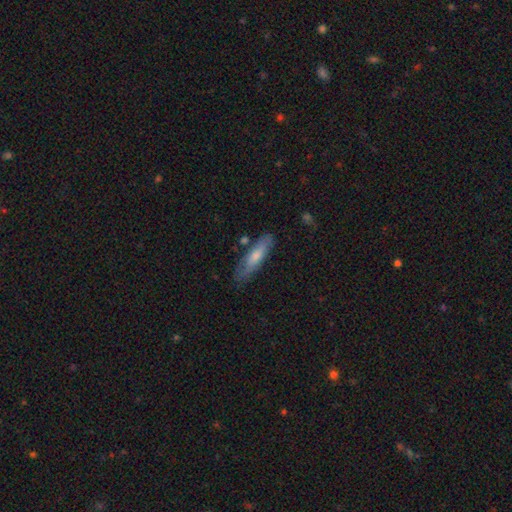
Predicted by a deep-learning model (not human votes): The model was most divided on "smooth or featured": smooth: 59%, featured or disk: 35%, star or artifact: 6%. More confident: merging — none (77%); how rounded — cigar-shaped (71%).